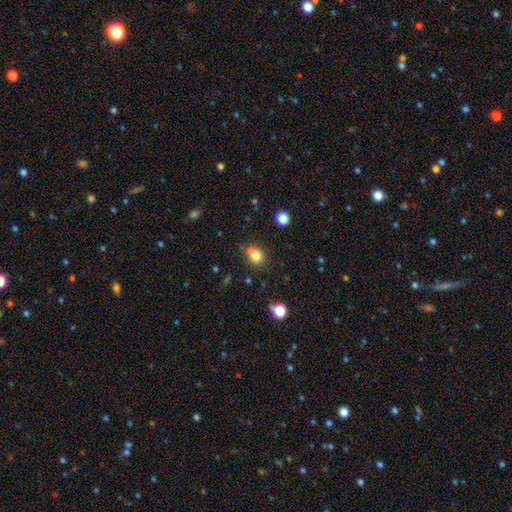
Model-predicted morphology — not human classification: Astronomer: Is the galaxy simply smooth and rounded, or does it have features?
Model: smooth — 79%.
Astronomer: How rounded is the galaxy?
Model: round — 65%.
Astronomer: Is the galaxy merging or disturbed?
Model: none — 63%.